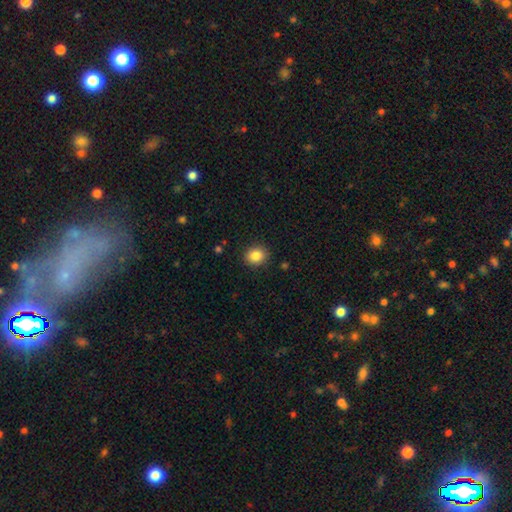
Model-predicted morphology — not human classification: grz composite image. It shows a smooth galaxy with no disk features (85%) that is round (69%). Merging: none (89%).